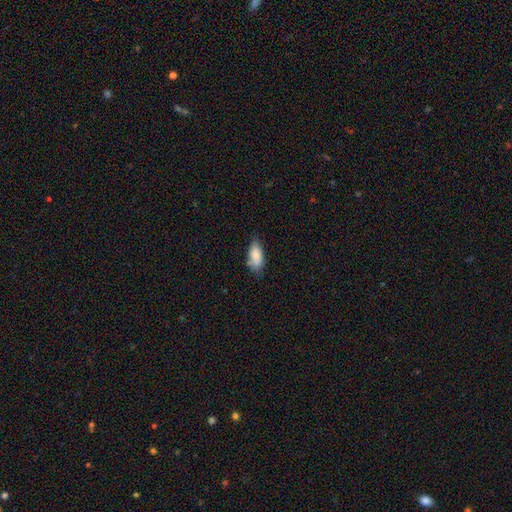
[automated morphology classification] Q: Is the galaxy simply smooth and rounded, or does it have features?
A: smooth — 83%.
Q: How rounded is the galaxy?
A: in between — 88%.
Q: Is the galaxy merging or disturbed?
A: none — 63%.